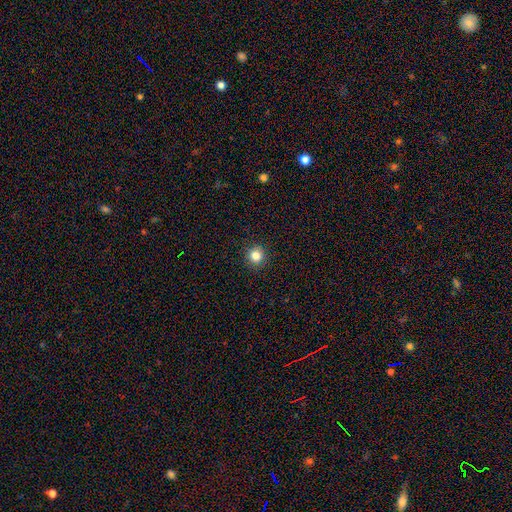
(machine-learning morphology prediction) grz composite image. It shows a smooth galaxy with no disk features (82%) that is round (93%). Merging: none (92%).